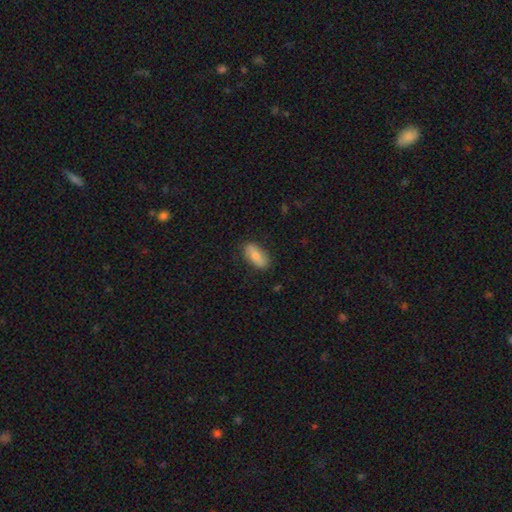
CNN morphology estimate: smooth_or_featured: smooth (p=0.73) [alt: featured or disk p=0.20]
how_rounded: in between (p=0.85) [alt: cigar-shaped p=0.11]
merging: none (p=0.82) [alt: minor disturbance p=0.14]